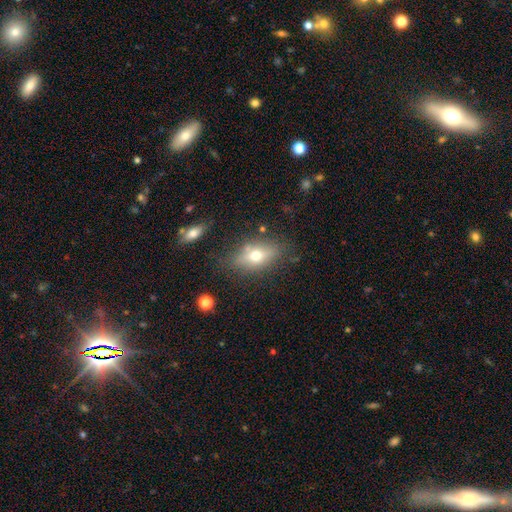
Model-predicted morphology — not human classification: smooth_or_featured: smooth (p=0.56) [alt: featured or disk p=0.34]
how_rounded: in between (p=0.79) [alt: cigar-shaped p=0.12]
merging: none (p=0.75) [alt: minor disturbance p=0.15]